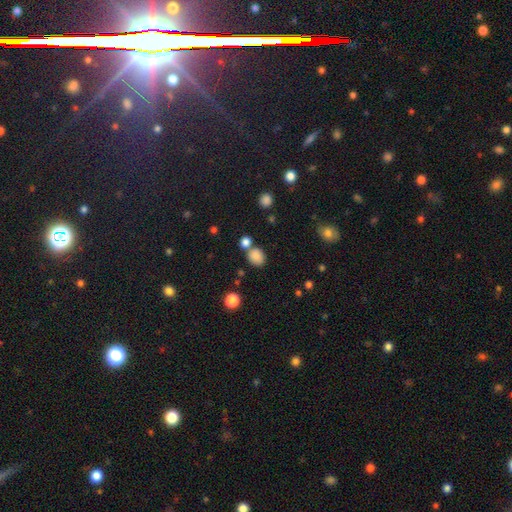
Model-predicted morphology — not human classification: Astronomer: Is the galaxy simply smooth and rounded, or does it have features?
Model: smooth — 84%.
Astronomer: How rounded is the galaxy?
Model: round — 67%.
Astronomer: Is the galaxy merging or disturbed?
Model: none — 63%.